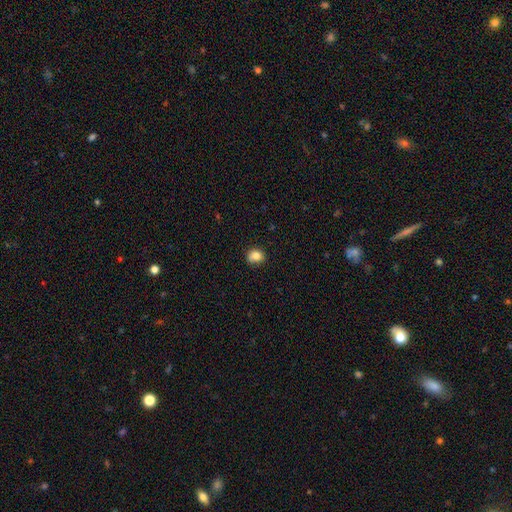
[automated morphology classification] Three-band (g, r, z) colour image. It shows a smooth galaxy with no disk features (82%) that is round (69%). Merging: none (75%).